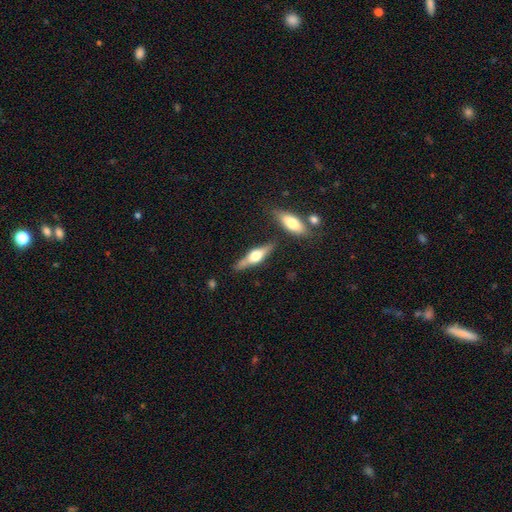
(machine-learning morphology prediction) Smooth or featured? Predicted: featured or disk (p=0.62). Edge-on disk? Predicted: yes (p=0.94). Edge-on bulge? Predicted: rounded (p=0.92). Merging? Predicted: none (p=0.75).